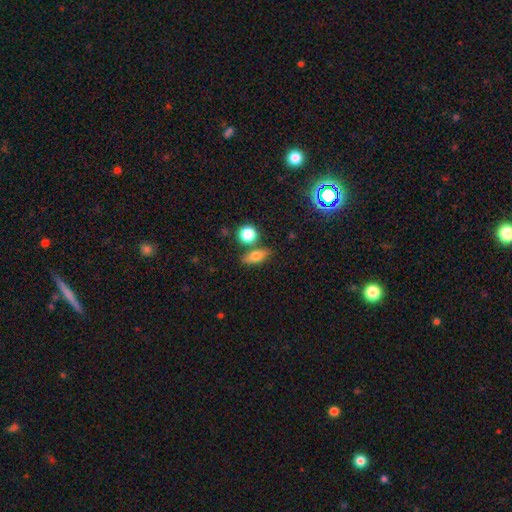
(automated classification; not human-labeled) Overall: smooth (74%). How rounded: in between (68%). Merging: none (70%).